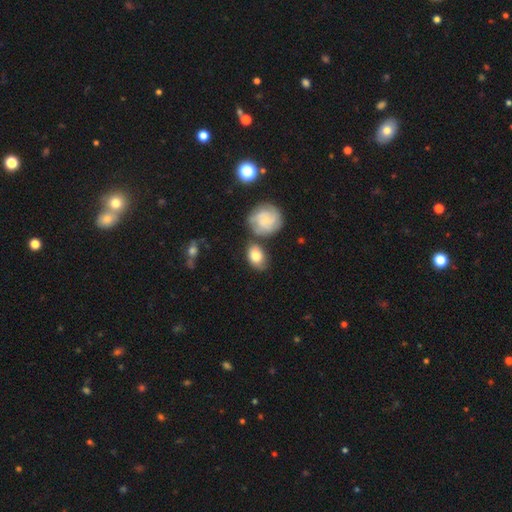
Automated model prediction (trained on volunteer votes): A smooth galaxy with no disk features (67%) that is in between round and cigar-shaped (73%).

Vote fractions:
- Smooth or featured? smooth: 67% / featured or disk: 26% / star or artifact: 7%
- How rounded? in between: 73% / round: 25% / cigar-shaped: 2%
- Merging? none: 58% / minor disturbance: 20% / merger: 15% / major disturbance: 7%